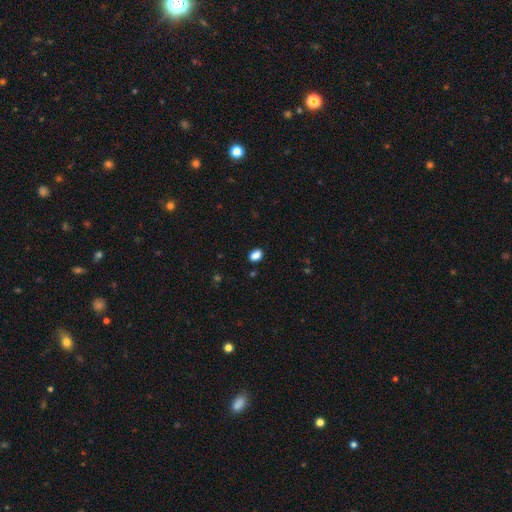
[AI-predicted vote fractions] This appears to be a smooth galaxy with no disk features (85%) that is in between round and cigar-shaped (77%). Merging: none (84%).